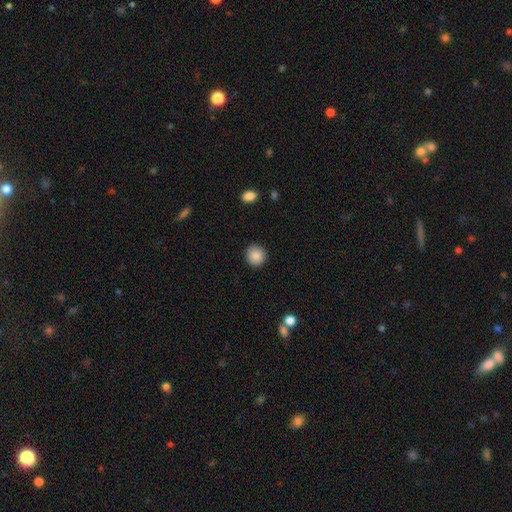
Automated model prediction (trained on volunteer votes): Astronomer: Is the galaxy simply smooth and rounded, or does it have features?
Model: smooth — 88%.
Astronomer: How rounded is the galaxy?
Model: round — 91%.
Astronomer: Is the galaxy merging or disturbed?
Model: none — 91%.